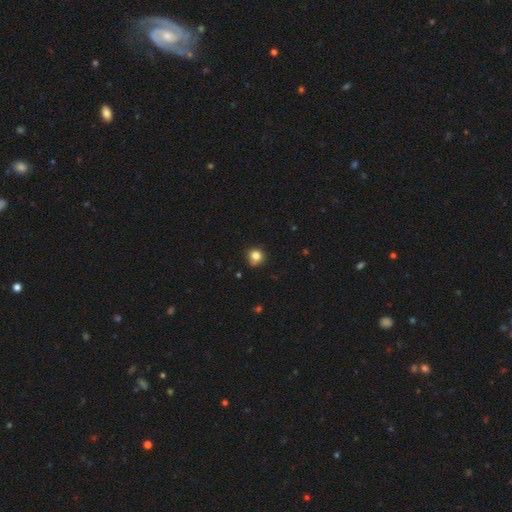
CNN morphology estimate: Q: Smooth or featured?
A: smooth (81%); runner-up: star or artifact (12%)
Q: How rounded?
A: round (90%); runner-up: in between (9%)
Q: Merging?
A: none (77%); runner-up: minor disturbance (17%)